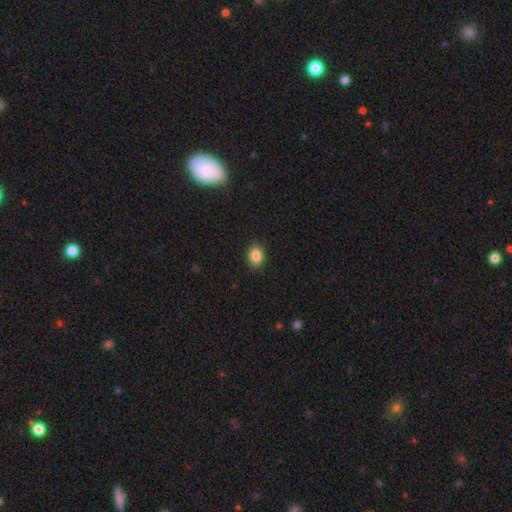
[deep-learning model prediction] A smooth galaxy with no disk features (86%) that is in between round and cigar-shaped (64%).

Vote fractions:
- Smooth or featured? smooth: 86% / star or artifact: 9% / featured or disk: 4%
- How rounded? in between: 64% / round: 35% / cigar-shaped: 1%
- Merging? none: 86% / minor disturbance: 10% / major disturbance: 2% / merger: 1%